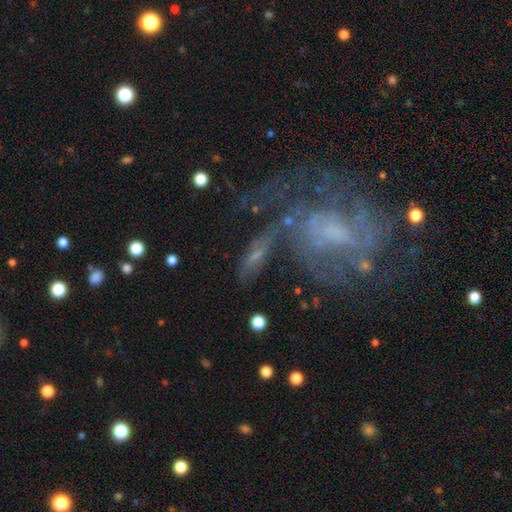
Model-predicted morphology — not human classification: This appears to be a featured or disk galaxy (51%). Merging: none (52%).